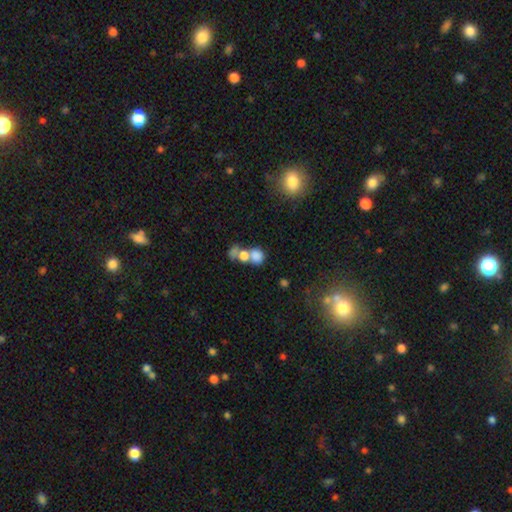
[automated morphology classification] Smooth or featured: smooth — 74% (featured or disk — 14%)
How rounded: round — 63% (in between — 35%)
Merging: merger — 57% (none — 28%)